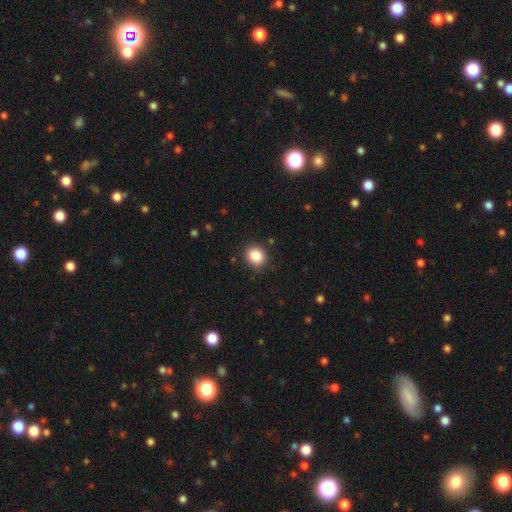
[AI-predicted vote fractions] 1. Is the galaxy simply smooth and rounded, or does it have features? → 86% smooth, 10% star or artifact, 5% featured or disk.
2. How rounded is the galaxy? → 76% round, 23% in between, 1% cigar-shaped.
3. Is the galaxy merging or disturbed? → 89% none, 7% minor disturbance, 2% major disturbance, 1% merger.